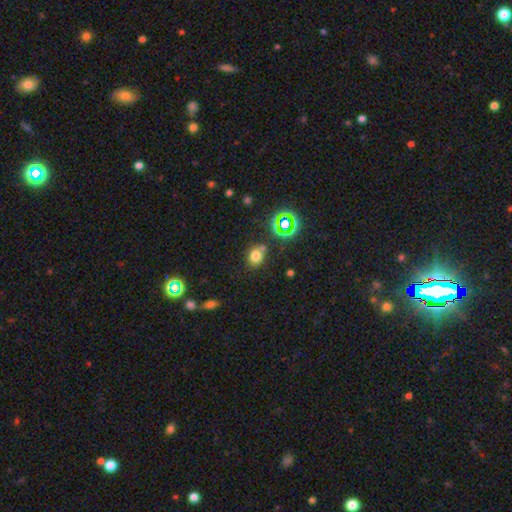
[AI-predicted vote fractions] Overall: smooth (71%). How rounded: round (63%; in between 36%). Merging: none (68%).